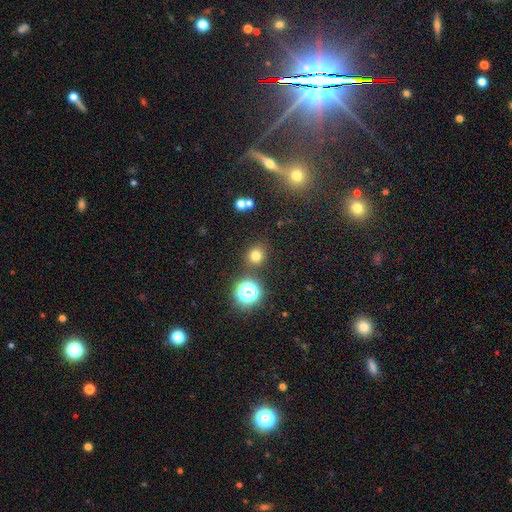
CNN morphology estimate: This appears to be a smooth galaxy with no disk features (74%) that is round (88%). Merging: none (85%).